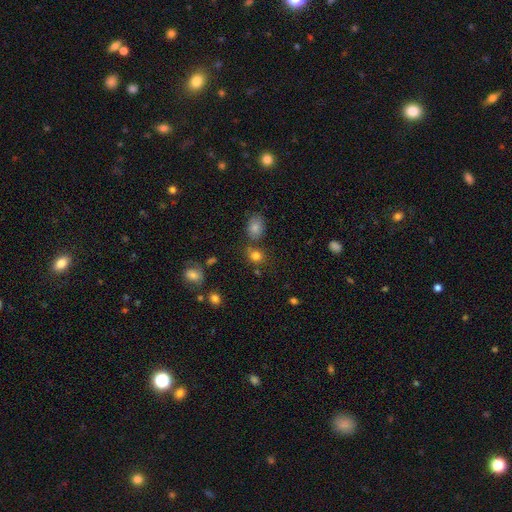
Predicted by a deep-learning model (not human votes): A smooth galaxy with no disk features (80%) that is round (74%). Merging: none (68%).